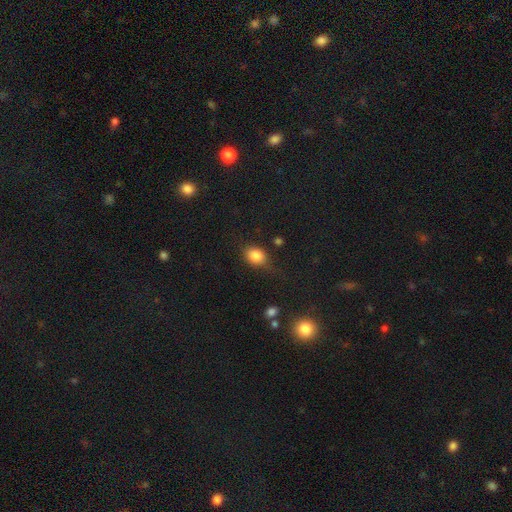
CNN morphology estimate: Smooth or featured? smooth (82%)
How rounded? in between (57%)
Merging? none (66%)